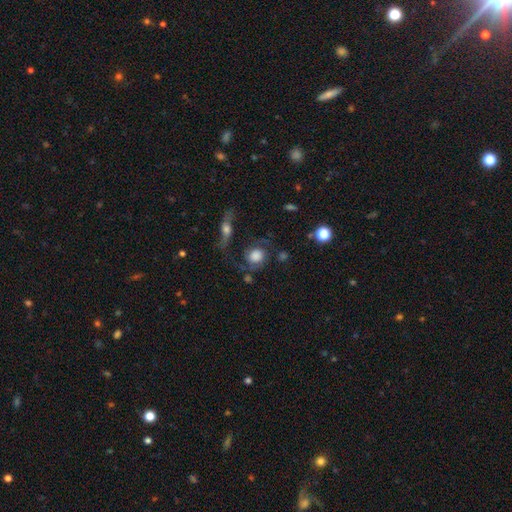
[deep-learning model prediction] smooth_or_featured: smooth (p=0.54) [alt: featured or disk p=0.34]
how_rounded: round (p=0.78) [alt: in between p=0.20]
merging: none (p=0.58) [alt: minor disturbance p=0.19]